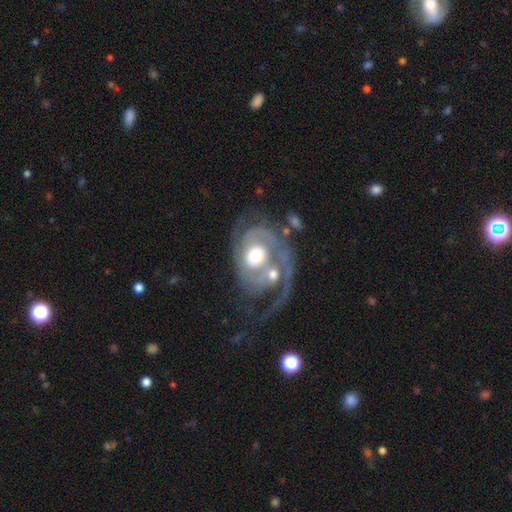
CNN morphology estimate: smooth-or-featured: featured or disk: 83% | smooth: 12% | star or artifact: 5%
  disk-edge-on: no: 97% | yes: 3%
    bar: no: 74% | weak: 20% | strong: 6%
    has-spiral-arms: yes: 89% | no: 11%
      spiral-winding: tight: 45% | medium: 36% | loose: 19%
      spiral-arm-count: 2: 49% | 1: 24% | can't tell: 16% | 3: 6% | 4: 3% | more than 4: 3%
    bulge-size: moderate: 62% | large: 24% | small: 10% | dominant: 3% | none: 2%
  merging: merger: 31% | none: 29% | major disturbance: 26% | minor disturbance: 14%